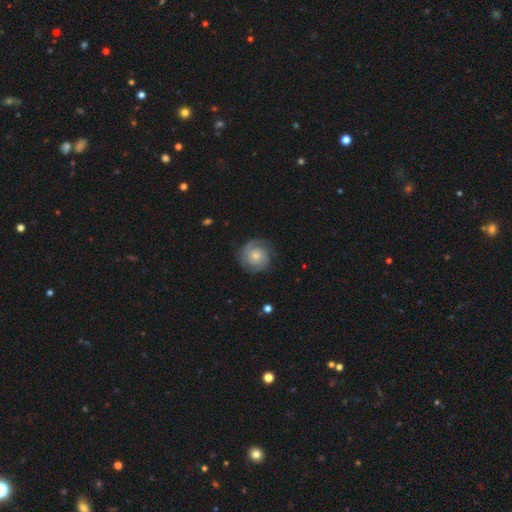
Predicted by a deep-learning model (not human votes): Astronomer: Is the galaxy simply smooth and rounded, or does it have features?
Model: featured or disk — 71%.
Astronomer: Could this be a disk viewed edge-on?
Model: no — 98%.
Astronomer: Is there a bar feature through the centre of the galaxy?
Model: no — 77%.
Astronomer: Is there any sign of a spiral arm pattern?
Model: yes — 94%.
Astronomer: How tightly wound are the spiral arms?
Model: tight — 60%.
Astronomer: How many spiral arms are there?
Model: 2 — 48%.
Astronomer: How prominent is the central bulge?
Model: small — 53% (runner-up: moderate, 40%).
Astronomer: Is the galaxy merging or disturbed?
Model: none — 82%.